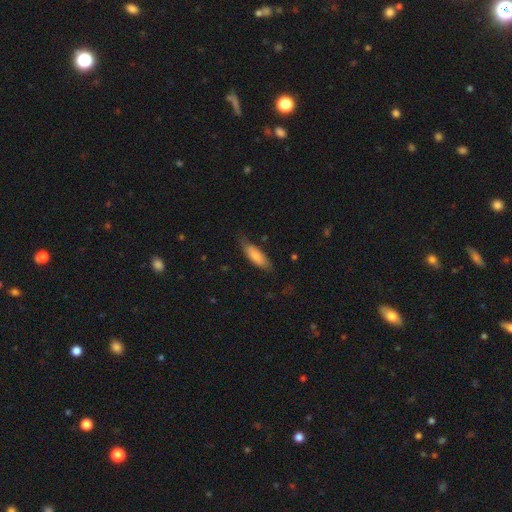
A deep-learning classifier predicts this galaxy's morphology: This is likely a smooth galaxy (74%). How rounded: likely in between (62%). Merging: likely none (68%).